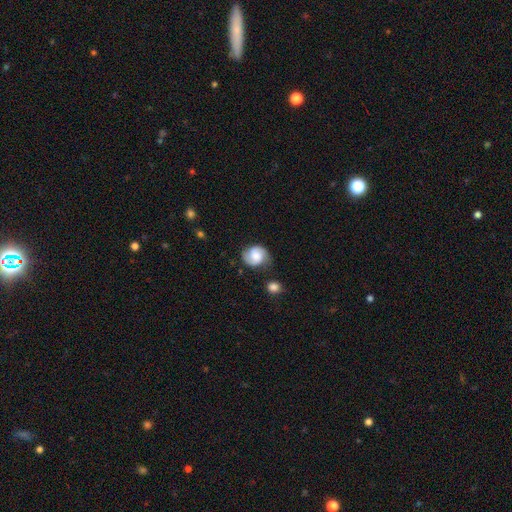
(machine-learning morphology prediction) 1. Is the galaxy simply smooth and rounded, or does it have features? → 57% featured or disk, 35% smooth, 8% star or artifact.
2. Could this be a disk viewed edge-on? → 98% no, 2% yes.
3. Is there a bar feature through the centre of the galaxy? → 54% no, 38% weak, 8% strong.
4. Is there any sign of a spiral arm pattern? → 93% yes, 7% no.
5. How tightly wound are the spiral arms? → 45% medium, 34% tight, 21% loose.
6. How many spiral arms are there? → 87% 2, 6% can't tell, 3% 1, 2% 3, 1% 4, 1% more than 4.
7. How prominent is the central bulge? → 33% moderate, 22% large, 22% small, 18% none, 5% dominant.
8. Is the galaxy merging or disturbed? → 69% none, 20% minor disturbance, 6% major disturbance, 4% merger.